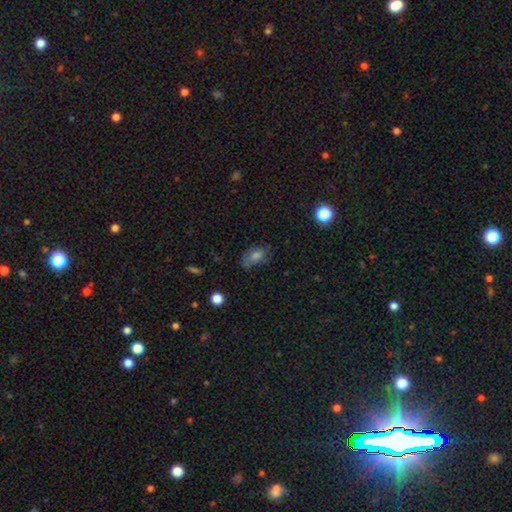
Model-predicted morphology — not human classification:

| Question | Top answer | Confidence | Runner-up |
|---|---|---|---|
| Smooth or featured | smooth | 62% | featured or disk (20%) |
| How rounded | in between | 82% | round (15%) |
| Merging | none | 60% | minor disturbance (26%) |